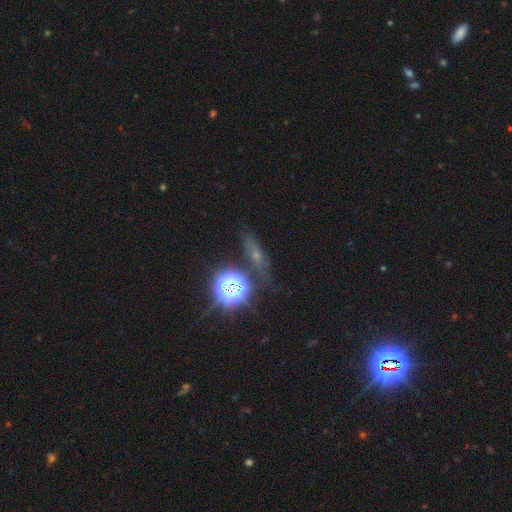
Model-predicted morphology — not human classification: This appears to be a star or artifact, not a galaxy (44%).